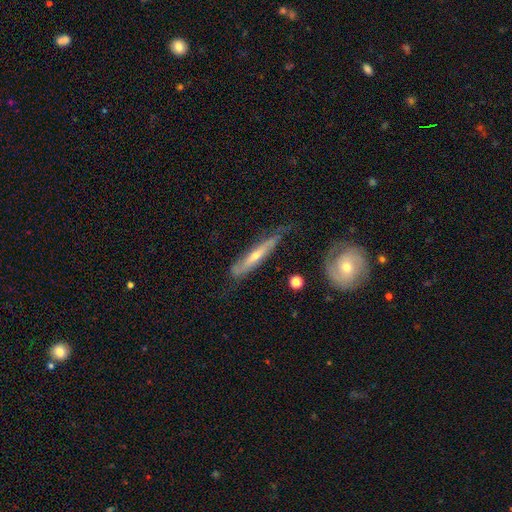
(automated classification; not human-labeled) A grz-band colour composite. It shows a featured or disk galaxy (71%) viewed edge-on (66%). Merging: none (61%).